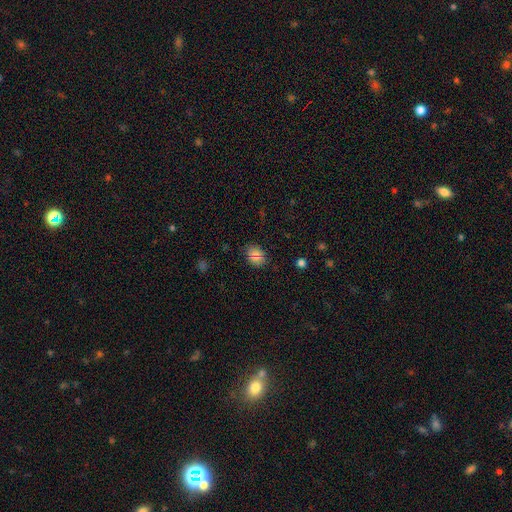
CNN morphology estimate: Q: Smooth or featured?
A: smooth (74%); runner-up: star or artifact (18%)
Q: How rounded?
A: in between (60%); runner-up: round (38%)
Q: Merging?
A: none (84%); runner-up: minor disturbance (11%)